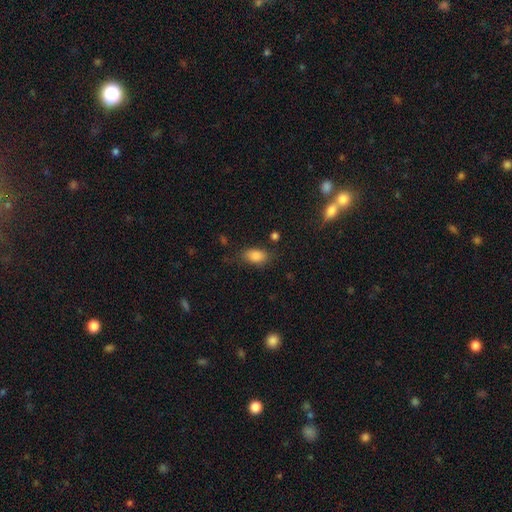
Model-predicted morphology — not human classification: Smooth or featured: smooth — 85% (star or artifact — 9%)
How rounded: in between — 87% (round — 10%)
Merging: none — 71% (minor disturbance — 19%)